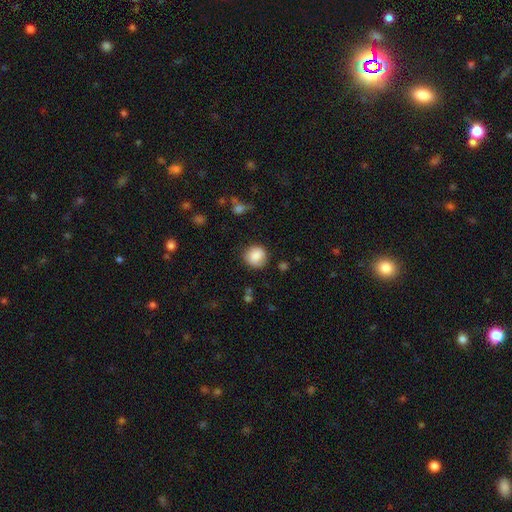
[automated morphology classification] The model was most divided on "merging": none: 79%, minor disturbance: 15%, major disturbance: 4%, merger: 2%. More confident: how rounded — round (89%); smooth or featured — smooth (85%).